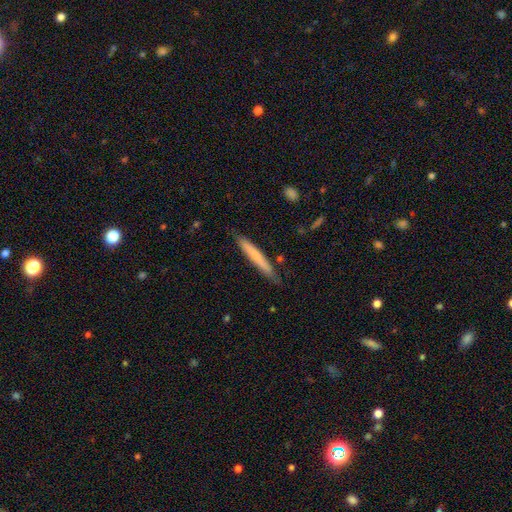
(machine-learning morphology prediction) This is likely a smooth galaxy (68%). How rounded: clearly cigar-shaped (96%). Merging: clearly none (83%).